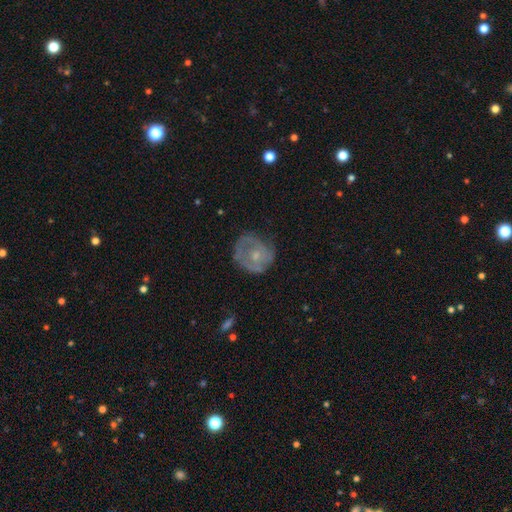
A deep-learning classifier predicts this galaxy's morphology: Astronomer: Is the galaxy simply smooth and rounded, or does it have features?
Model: featured or disk — 57% (runner-up: smooth, 35%).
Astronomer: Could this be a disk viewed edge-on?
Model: no — 97%.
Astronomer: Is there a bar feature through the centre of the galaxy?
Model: no — 81%.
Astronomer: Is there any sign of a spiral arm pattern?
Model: yes — 52% (runner-up: no, 48%).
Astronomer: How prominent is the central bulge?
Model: small — 50% (runner-up: moderate, 43%).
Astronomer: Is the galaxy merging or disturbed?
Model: none — 58%.